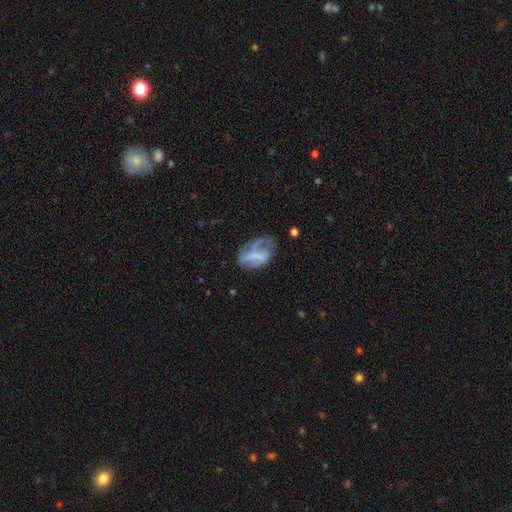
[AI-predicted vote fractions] featured or disk 56%, smooth 35%, star or artifact 9%. Down the decision tree: edge-on disk — no (96%); bar — no (38%); spiral arms — yes (53%); bulge size — none (60%); merging — none (37%).